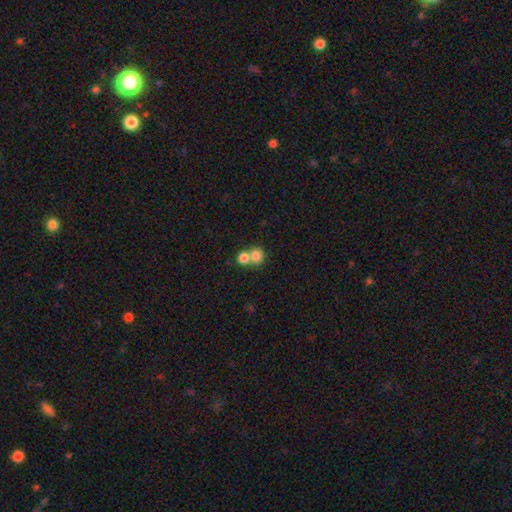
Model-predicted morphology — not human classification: The model was most divided on "merging": merger: 54%, none: 38%, minor disturbance: 5%, major disturbance: 3%. More confident: how rounded — round (83%); smooth or featured — smooth (80%).